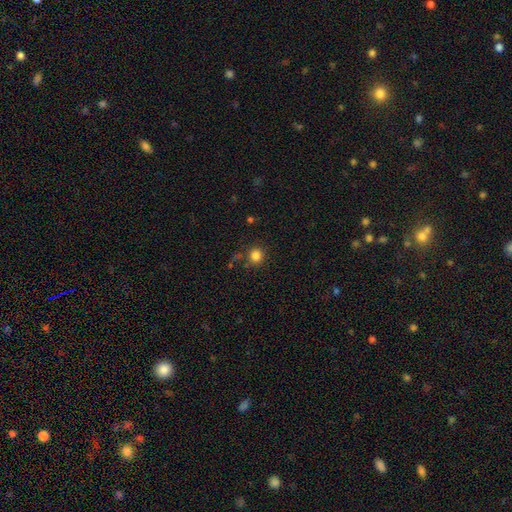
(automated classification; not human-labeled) Smooth or featured? Predicted: smooth (p=0.84). How rounded? Predicted: round (p=0.91). Merging? Predicted: none (p=0.80).